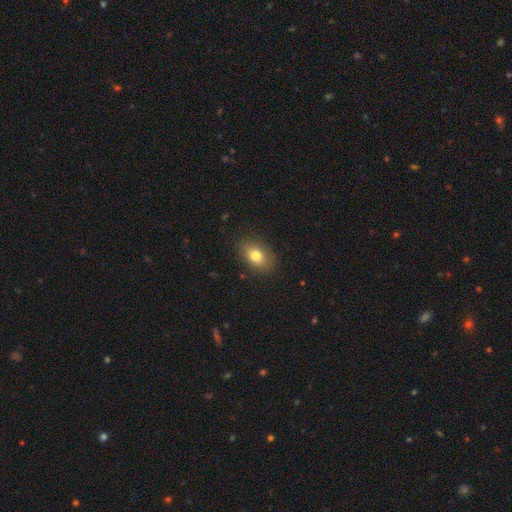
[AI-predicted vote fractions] Smooth or featured? Predicted: smooth (p=0.79). How rounded? Predicted: in between (p=0.81). Merging? Predicted: none (p=0.84).